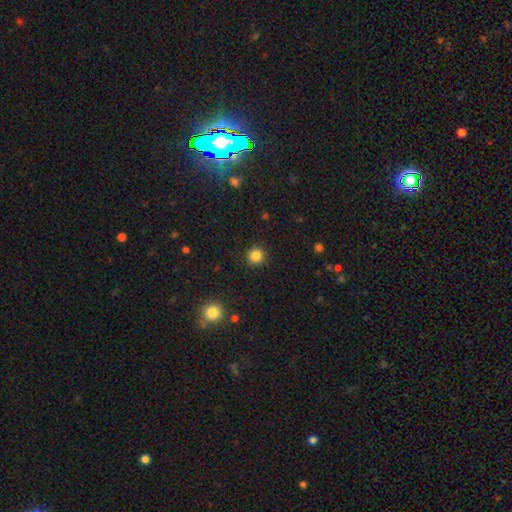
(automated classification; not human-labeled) The model was most divided on "smooth or featured": smooth: 84%, star or artifact: 12%, featured or disk: 4%. More confident: how rounded — round (93%); merging — none (91%).